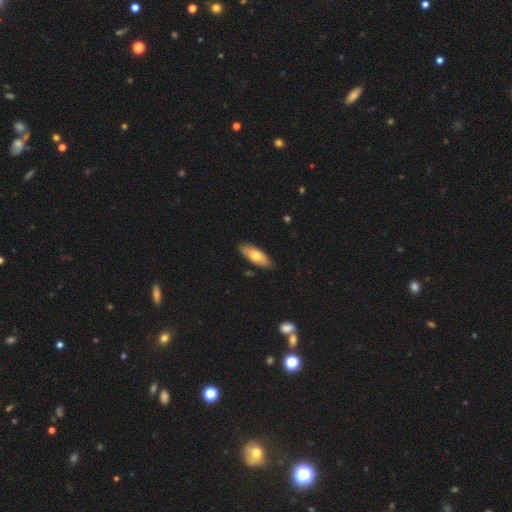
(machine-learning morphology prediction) Smooth or featured? smooth (68%)
How rounded? in between (73%)
Merging? none (87%)